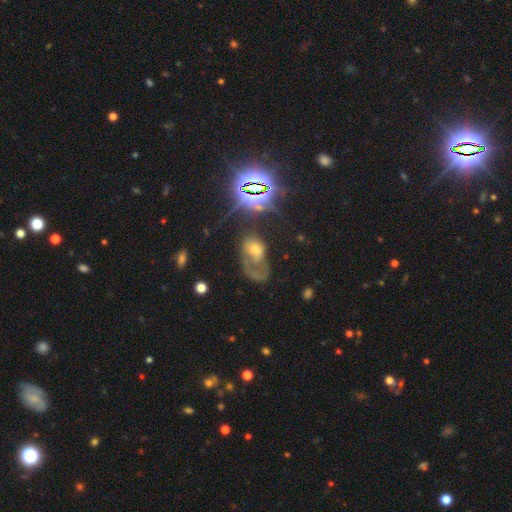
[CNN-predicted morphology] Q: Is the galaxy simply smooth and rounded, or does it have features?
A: featured or disk — 42%.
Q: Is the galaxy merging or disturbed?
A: major disturbance — 45%.